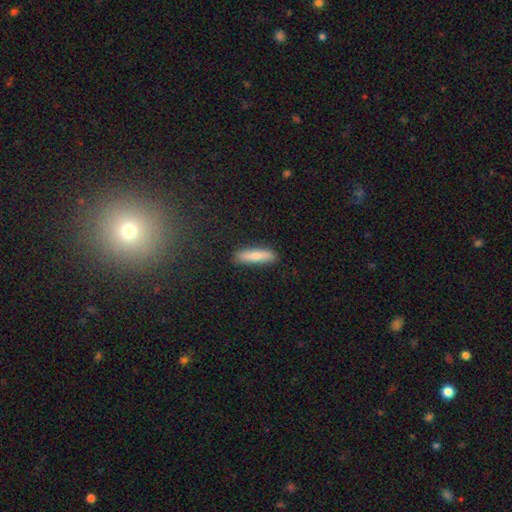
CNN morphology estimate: Smooth or featured?
  - smooth: 75% *
  - featured or disk: 19%
  - star or artifact: 6%
How rounded?
  - cigar-shaped: 70% *
  - in between: 28%
  - round: 2%
Merging?
  - none: 88% *
  - minor disturbance: 9%
  - major disturbance: 2%
  - merger: 1%